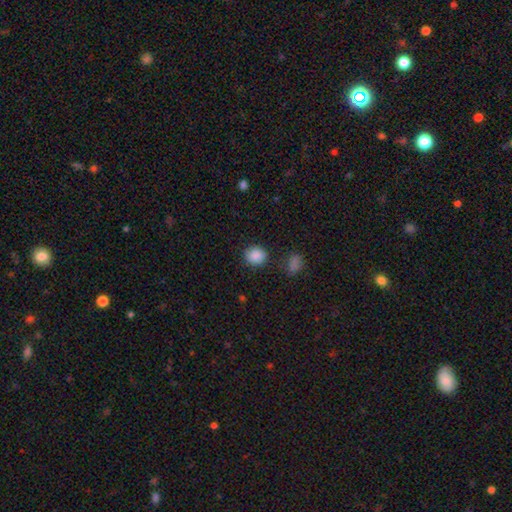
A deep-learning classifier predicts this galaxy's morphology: smooth-or-featured: smooth: 88% | star or artifact: 9% | featured or disk: 4%
  how-rounded: round: 79% | in between: 20% | cigar-shaped: 1%
  merging: none: 82% | minor disturbance: 12% | merger: 3% | major disturbance: 3%